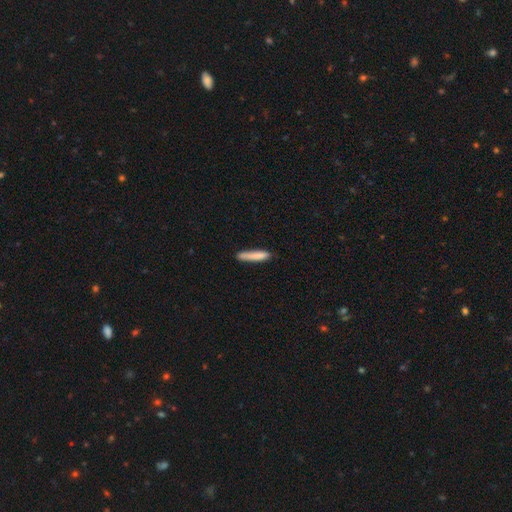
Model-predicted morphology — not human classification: smooth 83%, featured or disk 11%, star or artifact 6%. Down the decision tree: how rounded — cigar-shaped (91%); merging — none (76%).